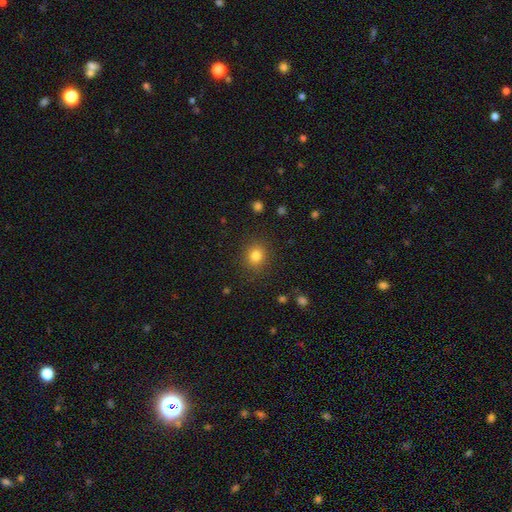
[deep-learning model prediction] A smooth galaxy with no disk features (82%) that is round (80%).

Vote fractions:
- Smooth or featured? smooth: 82% / star or artifact: 12% / featured or disk: 6%
- How rounded? round: 80% / in between: 20% / cigar-shaped: 1%
- Merging? none: 87% / minor disturbance: 8% / major disturbance: 3% / merger: 1%